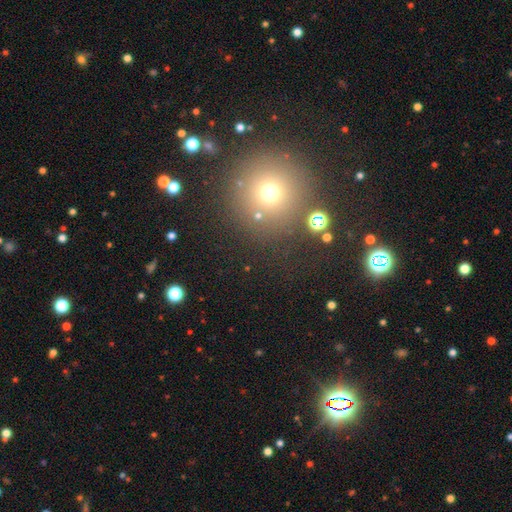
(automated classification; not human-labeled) This appears to be a smooth galaxy with no disk features (48%). Merging: none (83%).